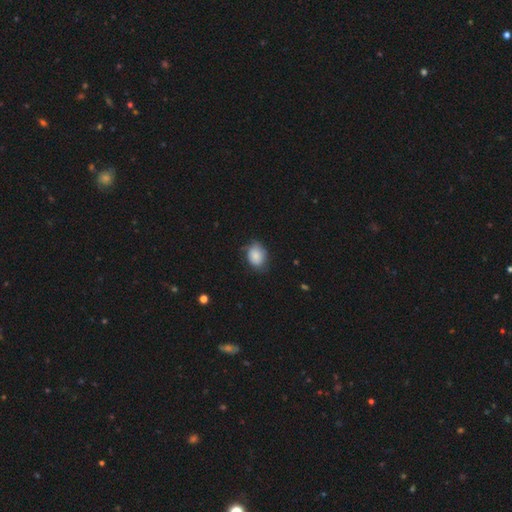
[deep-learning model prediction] A smooth galaxy with no disk features (80%) that is in between round and cigar-shaped (61%). Merging: none (63%).